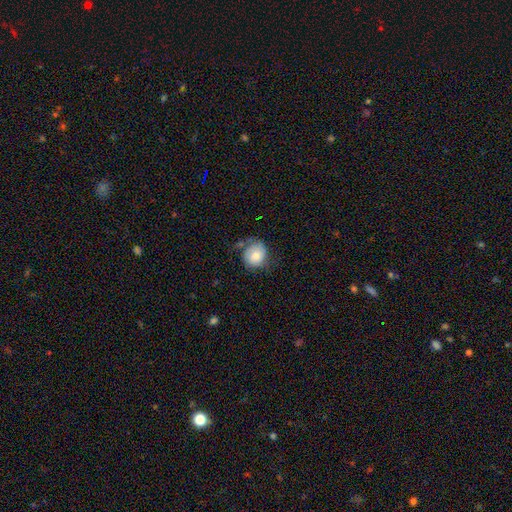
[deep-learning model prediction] smooth_or_featured: smooth (p=0.69) [alt: featured or disk p=0.23]
how_rounded: round (p=0.73) [alt: in between p=0.26]
merging: none (p=0.51) [alt: minor disturbance p=0.30]